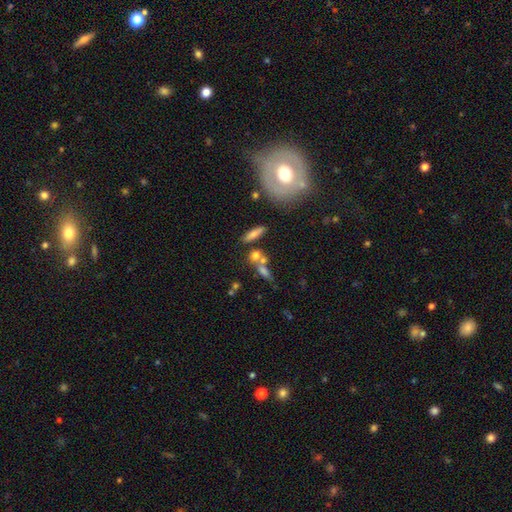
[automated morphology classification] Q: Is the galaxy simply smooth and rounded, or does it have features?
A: smooth — 62%.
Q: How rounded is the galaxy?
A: in between — 42%.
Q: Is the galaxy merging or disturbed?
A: none — 49%.